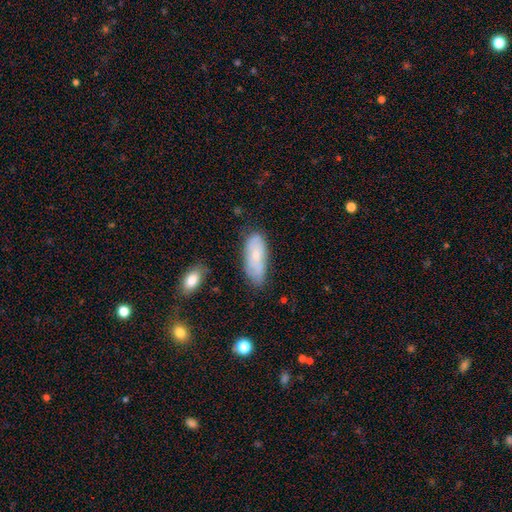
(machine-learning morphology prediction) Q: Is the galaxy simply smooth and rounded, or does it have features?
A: smooth — 60%.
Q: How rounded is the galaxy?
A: in between — 79%.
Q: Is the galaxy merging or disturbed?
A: none — 66%.